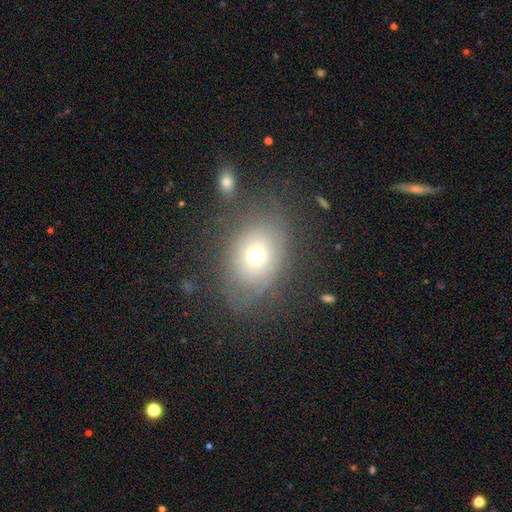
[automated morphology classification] This appears to be a smooth galaxy with no disk features (60%) that is in between round and cigar-shaped (65%). Merging: none (66%).